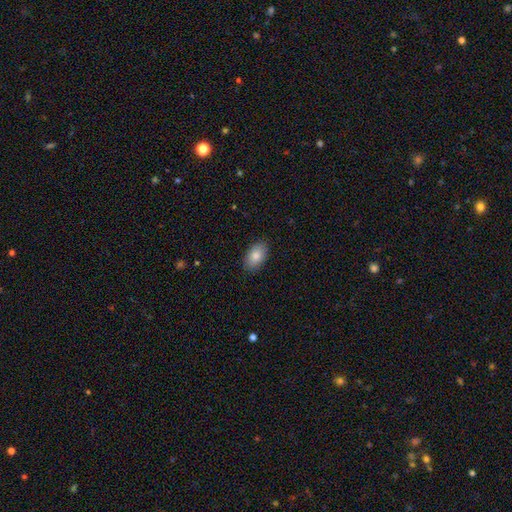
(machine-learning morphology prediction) A smooth galaxy with no disk features (83%) that is in between round and cigar-shaped (92%). Merging: none (88%).